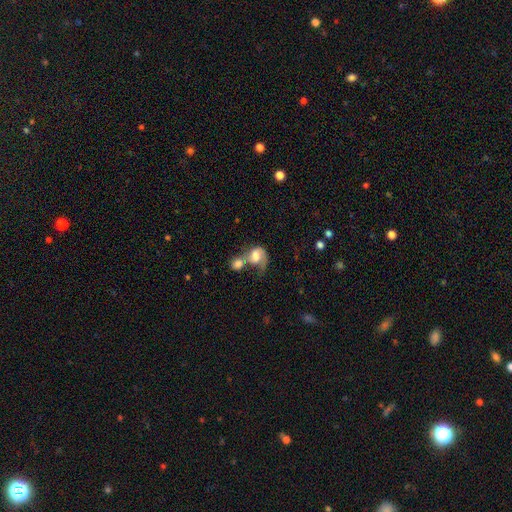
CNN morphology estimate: This appears to be a smooth galaxy with no disk features (47%). Merging: merger (69%).